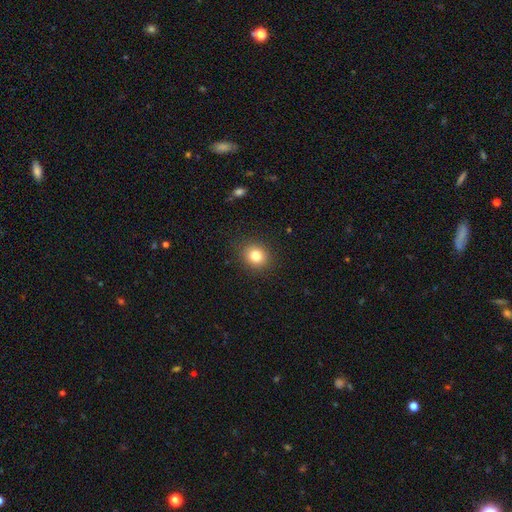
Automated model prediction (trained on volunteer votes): Smooth or featured? Predicted: smooth (p=0.81). How rounded? Predicted: round (p=0.81). Merging? Predicted: none (p=0.89).